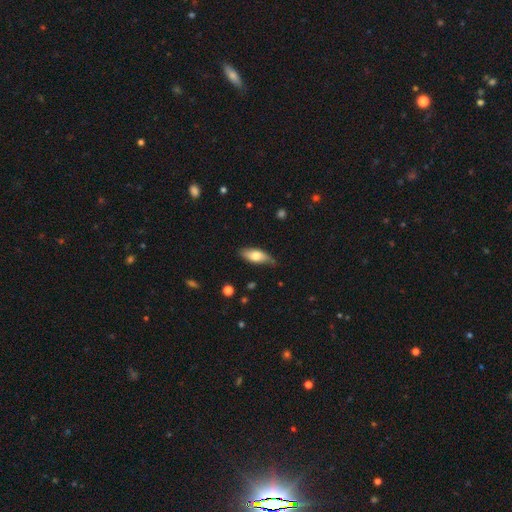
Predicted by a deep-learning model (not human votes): This appears to be a smooth galaxy with no disk features (69%) that is in between round and cigar-shaped (79%). Merging: none (66%).